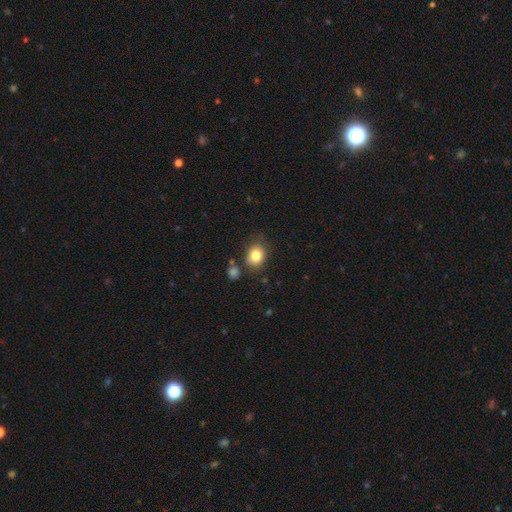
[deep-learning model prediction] smooth_or_featured: smooth (p=0.83) [alt: star or artifact p=0.10]
how_rounded: in between (p=0.50) [alt: round p=0.49]
merging: none (p=0.76) [alt: minor disturbance p=0.14]